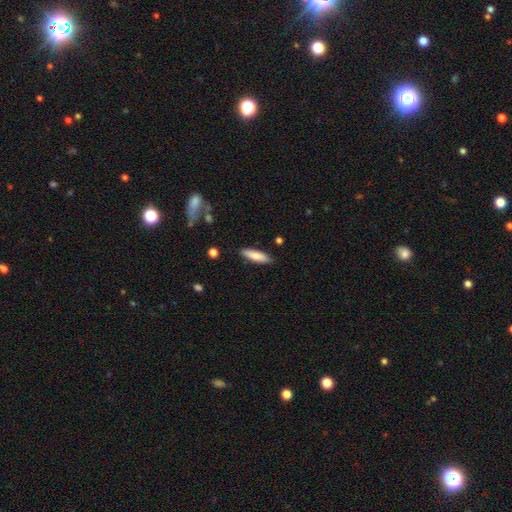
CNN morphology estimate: type=smooth (79%); roundness=cigar-shaped (62%); merging=none (85%).